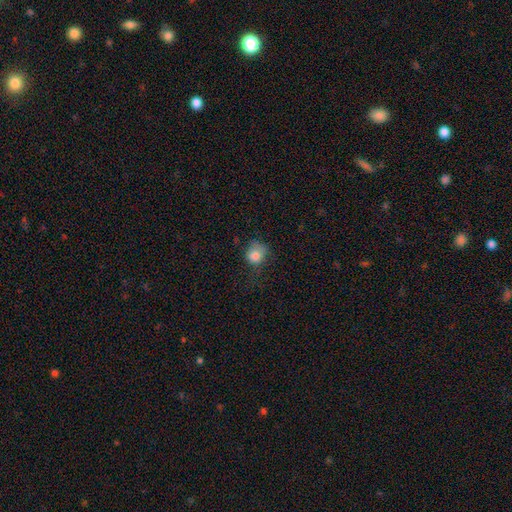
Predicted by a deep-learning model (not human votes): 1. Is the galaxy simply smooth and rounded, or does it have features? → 80% smooth, 11% star or artifact, 9% featured or disk.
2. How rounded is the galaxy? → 73% round, 26% in between, 1% cigar-shaped.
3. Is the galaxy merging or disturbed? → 43% none, 31% minor disturbance, 23% major disturbance, 2% merger.